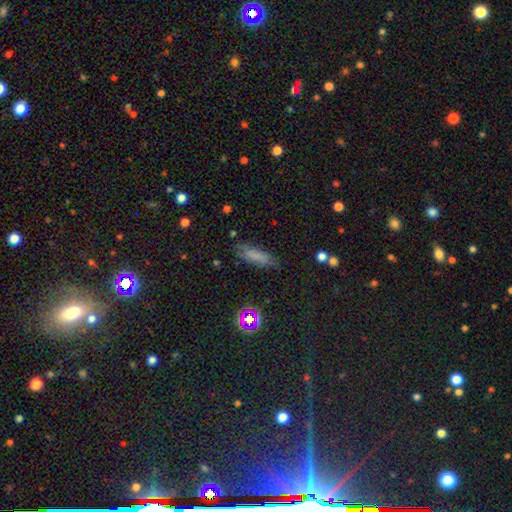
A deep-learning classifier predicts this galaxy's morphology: Smooth or featured?
  - smooth: 71% *
  - featured or disk: 17%
  - star or artifact: 13%
How rounded?
  - cigar-shaped: 49% *
  - in between: 48%
  - round: 3%
Merging?
  - none: 73% *
  - minor disturbance: 20%
  - major disturbance: 6%
  - merger: 2%